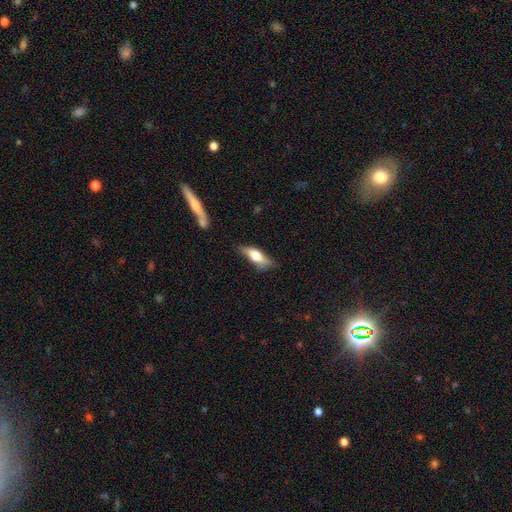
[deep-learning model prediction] A smooth galaxy with no disk features (52%) that is in between round and cigar-shaped (56%). Merging: none (63%).